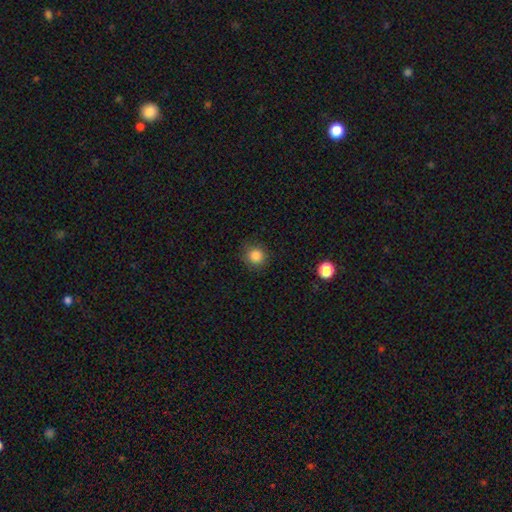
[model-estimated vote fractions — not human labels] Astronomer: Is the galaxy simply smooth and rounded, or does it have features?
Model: smooth — 85%.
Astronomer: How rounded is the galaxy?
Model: round — 91%.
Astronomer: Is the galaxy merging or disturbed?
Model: none — 86%.